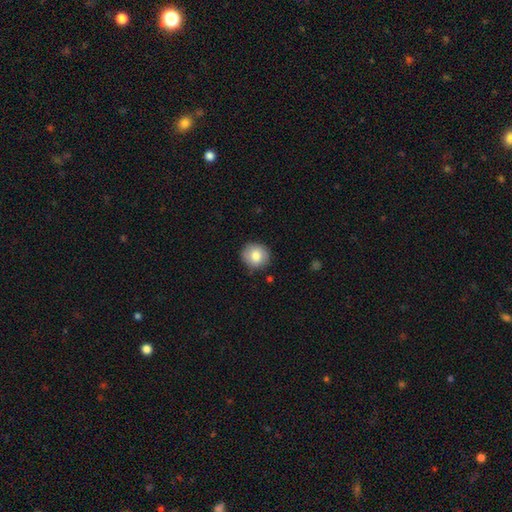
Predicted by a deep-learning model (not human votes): smooth_or_featured: smooth (p=0.82) [alt: featured or disk p=0.10]
how_rounded: round (p=0.87) [alt: in between p=0.12]
merging: none (p=0.86) [alt: minor disturbance p=0.11]